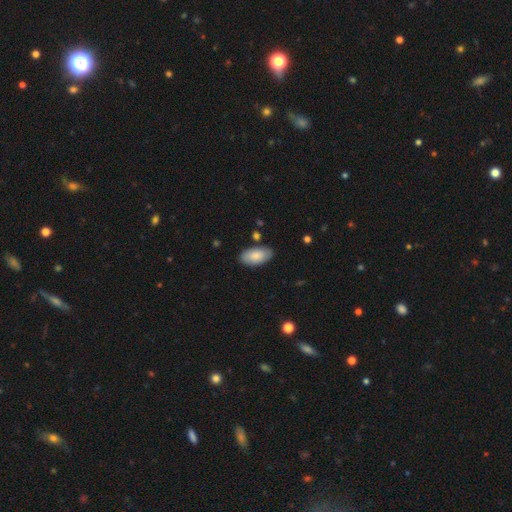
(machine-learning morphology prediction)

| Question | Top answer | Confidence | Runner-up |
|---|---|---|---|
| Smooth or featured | smooth | 81% | featured or disk (13%) |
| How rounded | in between | 95% | cigar-shaped (3%) |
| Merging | none | 83% | minor disturbance (12%) |